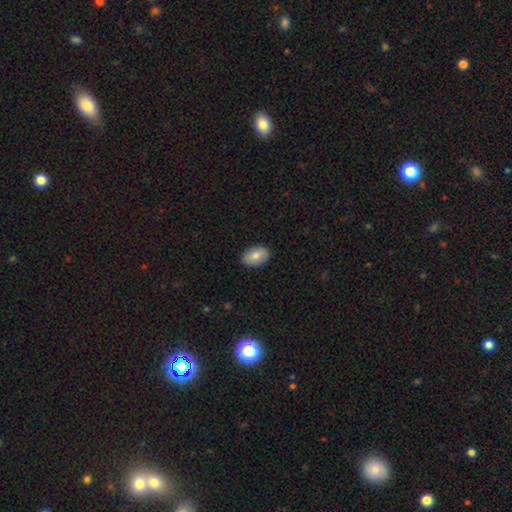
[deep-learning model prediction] Morphology: type=smooth (80%); roundness=in between (91%); merging=none (88%).